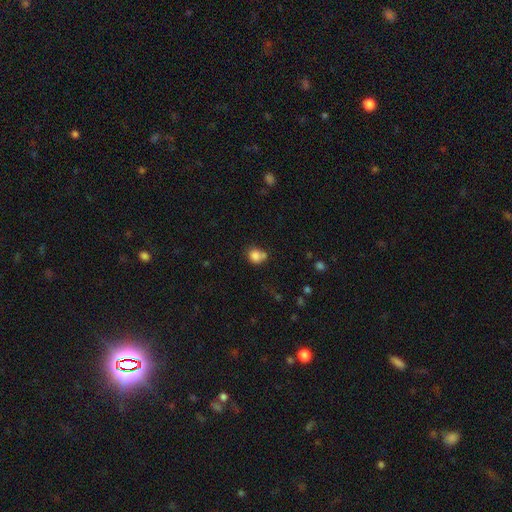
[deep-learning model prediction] A smooth galaxy with no disk features (82%) that is round (73%).

Vote fractions:
- Smooth or featured? smooth: 82% / star or artifact: 11% / featured or disk: 7%
- How rounded? round: 73% / in between: 26% / cigar-shaped: 1%
- Merging? none: 51% / merger: 24% / minor disturbance: 18% / major disturbance: 7%